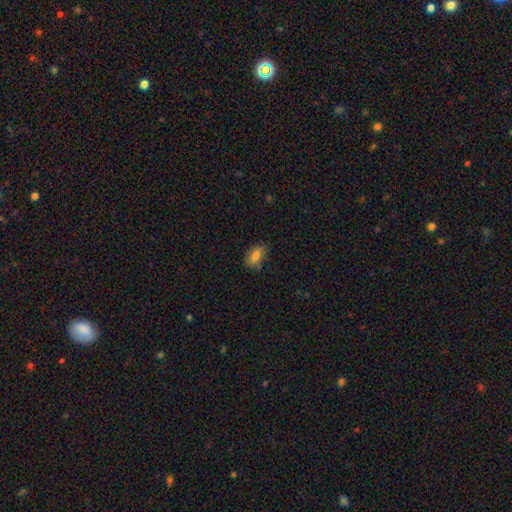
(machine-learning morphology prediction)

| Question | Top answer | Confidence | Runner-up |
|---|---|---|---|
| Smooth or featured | smooth | 79% | featured or disk (13%) |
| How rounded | in between | 88% | round (7%) |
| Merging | none | 76% | minor disturbance (18%) |